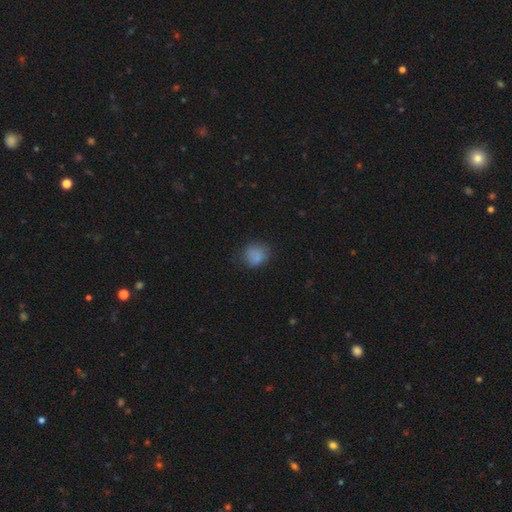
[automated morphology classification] Smooth or featured: smooth — 81% (star or artifact — 13%)
How rounded: round — 73% (in between — 26%)
Merging: none — 71% (minor disturbance — 20%)